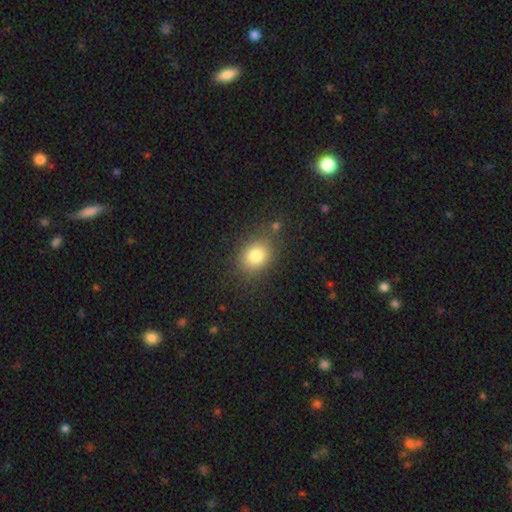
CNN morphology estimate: smooth_or_featured: smooth (p=0.81) [alt: star or artifact p=0.11]
how_rounded: round (p=0.51) [alt: in between p=0.48]
merging: none (p=0.77) [alt: minor disturbance p=0.14]